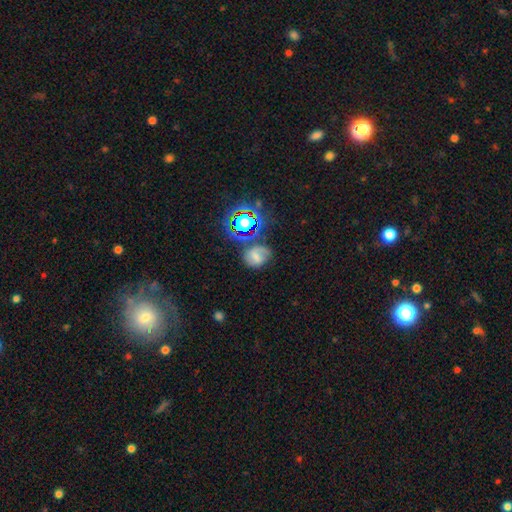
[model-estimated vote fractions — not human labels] A smooth galaxy with no disk features (40%).

Vote fractions:
- Smooth or featured? smooth: 40% / featured or disk: 39% / star or artifact: 20%
- Merging? none: 56% / minor disturbance: 23% / major disturbance: 13% / merger: 8%